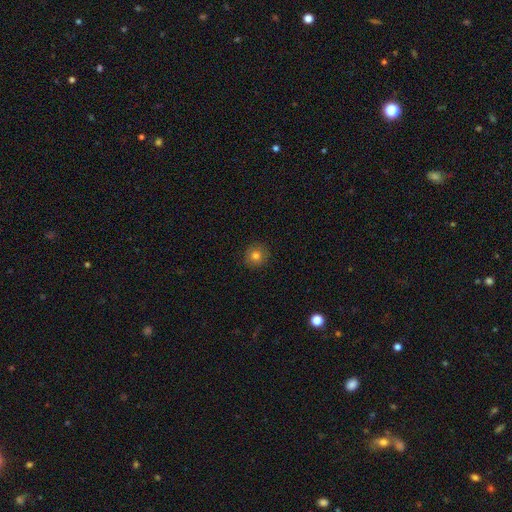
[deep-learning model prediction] A smooth galaxy with no disk features (79%) that is round (93%).

Vote fractions:
- Smooth or featured? smooth: 79% / star or artifact: 12% / featured or disk: 9%
- How rounded? round: 93% / in between: 6% / cigar-shaped: 1%
- Merging? none: 90% / minor disturbance: 7% / major disturbance: 2% / merger: 1%